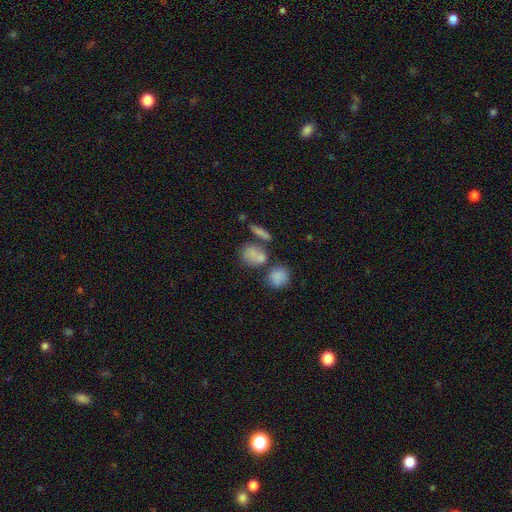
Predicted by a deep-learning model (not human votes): This is likely a smooth galaxy (64%). How rounded: possibly round (56%). Merging: possibly none (47%).